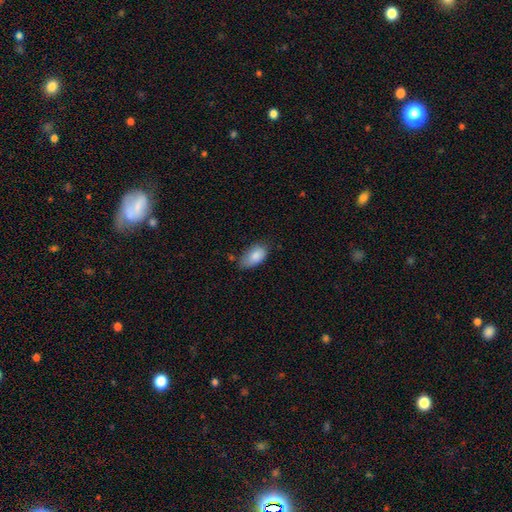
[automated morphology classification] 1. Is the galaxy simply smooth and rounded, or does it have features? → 85% smooth, 8% featured or disk, 7% star or artifact.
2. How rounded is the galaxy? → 93% in between, 5% round, 2% cigar-shaped.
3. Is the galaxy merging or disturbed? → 54% none, 36% minor disturbance, 7% major disturbance, 3% merger.